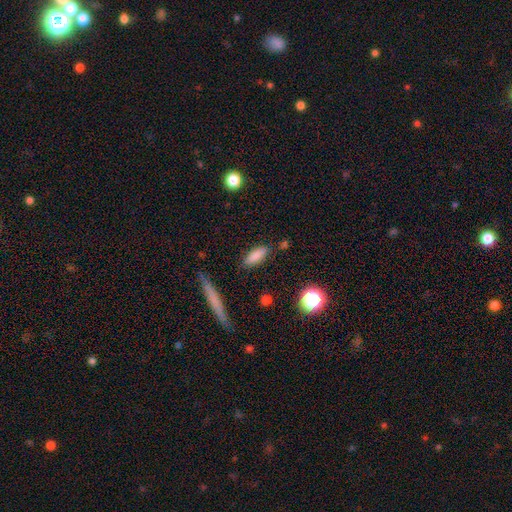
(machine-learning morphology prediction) Overall: smooth (84%). How rounded: in between (69%). Merging: none (82%).